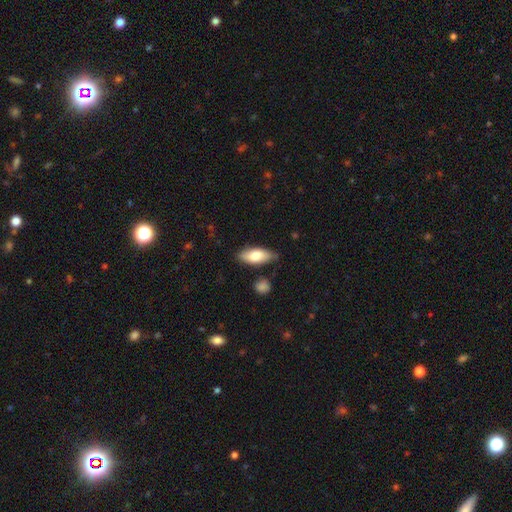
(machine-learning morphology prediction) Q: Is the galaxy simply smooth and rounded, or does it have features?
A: smooth — 76%.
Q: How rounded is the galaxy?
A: in between — 80%.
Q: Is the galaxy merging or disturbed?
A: none — 78%.